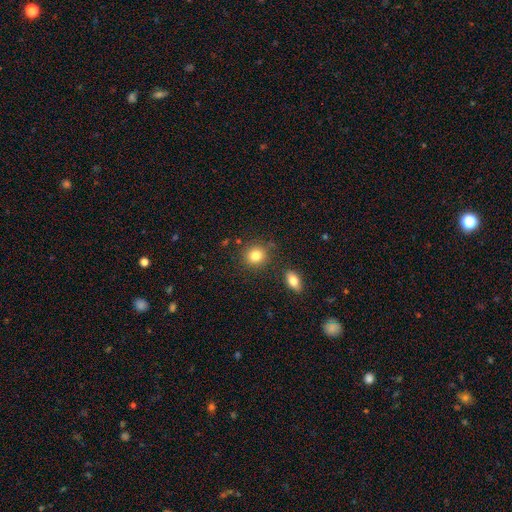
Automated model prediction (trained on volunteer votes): Smooth or featured?
  - smooth: 83% *
  - star or artifact: 10%
  - featured or disk: 7%
How rounded?
  - round: 81% *
  - in between: 18%
  - cigar-shaped: 1%
Merging?
  - none: 80% *
  - minor disturbance: 10%
  - merger: 6%
  - major disturbance: 3%